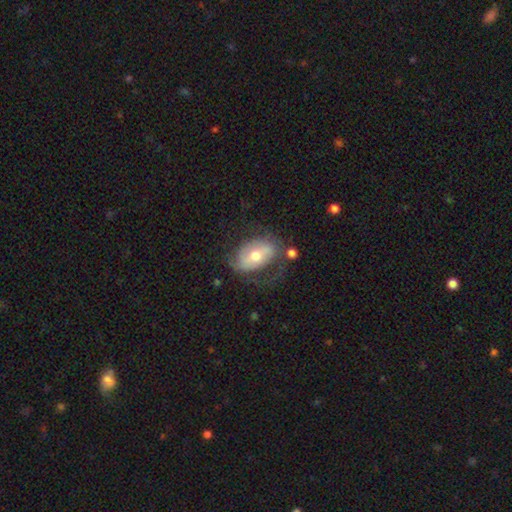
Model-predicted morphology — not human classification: Smooth or featured: featured or disk — 55% (smooth — 38%)
Edge-on disk: no — 93% (yes — 7%)
Bar: no — 44% (weak — 34%)
Spiral arms: yes — 60% (no — 40%)
Bulge size: moderate — 72% (small — 18%)
Merging: none — 48% (minor disturbance — 25%)